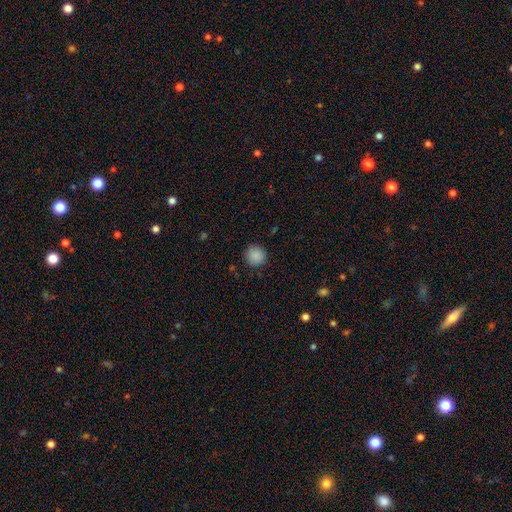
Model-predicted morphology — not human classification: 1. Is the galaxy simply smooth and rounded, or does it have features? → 89% smooth, 9% star or artifact, 3% featured or disk.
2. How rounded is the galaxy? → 94% round, 5% in between, 1% cigar-shaped.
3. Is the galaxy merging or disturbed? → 89% none, 7% minor disturbance, 2% major disturbance, 1% merger.